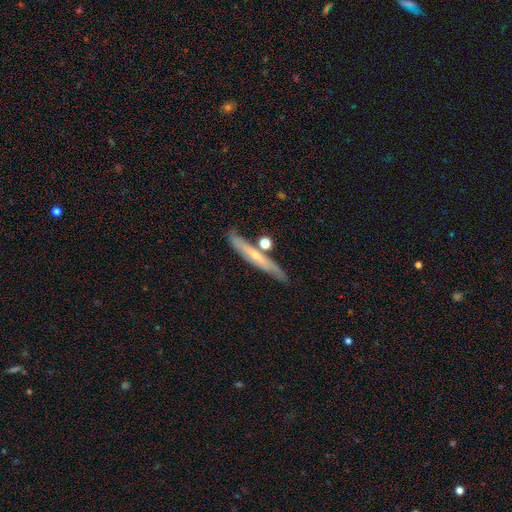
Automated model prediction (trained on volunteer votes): A featured or disk galaxy (55%) viewed edge-on (76%). Merging: none (68%).